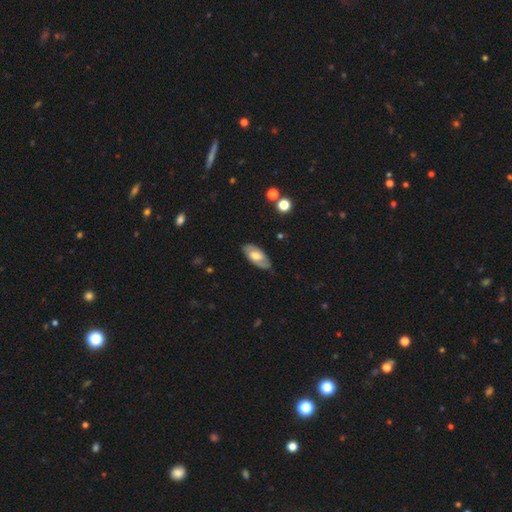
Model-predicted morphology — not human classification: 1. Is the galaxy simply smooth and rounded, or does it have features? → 50% featured or disk, 44% smooth, 6% star or artifact.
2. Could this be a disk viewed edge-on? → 84% no, 16% yes.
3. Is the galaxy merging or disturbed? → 80% none, 15% minor disturbance, 3% major disturbance, 1% merger.